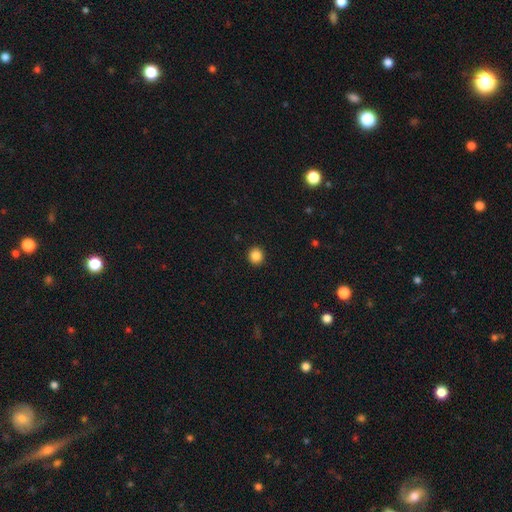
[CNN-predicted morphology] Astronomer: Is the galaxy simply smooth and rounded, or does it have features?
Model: smooth — 86%.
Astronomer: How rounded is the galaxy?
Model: round — 90%.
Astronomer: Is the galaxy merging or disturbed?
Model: none — 93%.